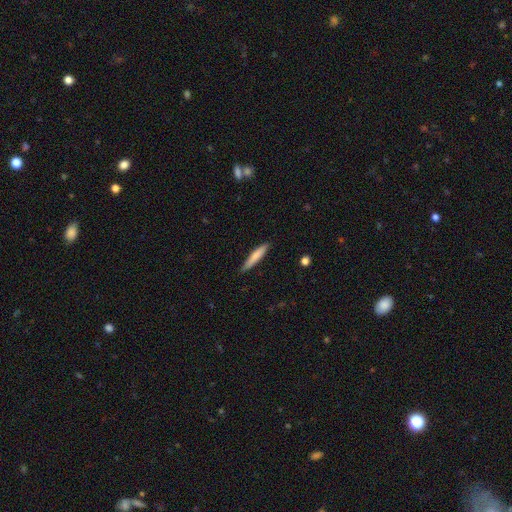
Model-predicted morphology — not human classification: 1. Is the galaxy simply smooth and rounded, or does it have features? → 73% smooth, 22% featured or disk, 6% star or artifact.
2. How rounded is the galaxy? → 91% cigar-shaped, 7% in between, 1% round.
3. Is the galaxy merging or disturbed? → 86% none, 11% minor disturbance, 2% major disturbance, 1% merger.